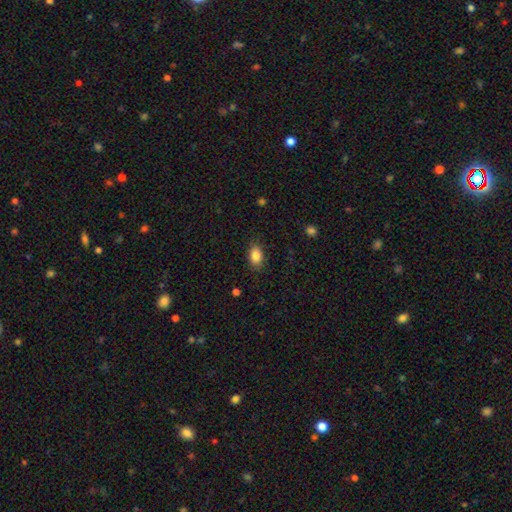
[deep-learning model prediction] smooth_or_featured: smooth (p=0.86) [alt: star or artifact p=0.08]
how_rounded: in between (p=0.84) [alt: round p=0.14]
merging: none (p=0.85) [alt: minor disturbance p=0.11]